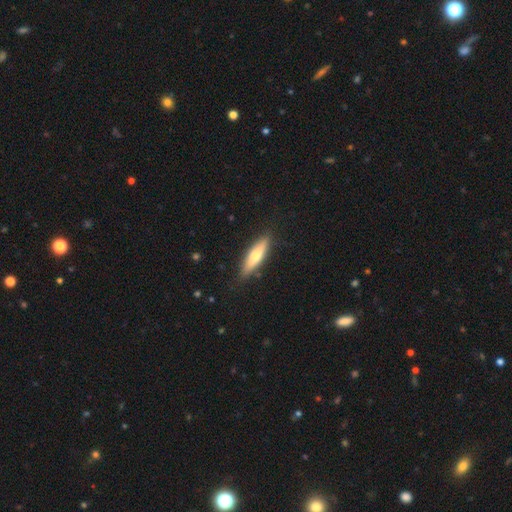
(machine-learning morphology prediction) A smooth galaxy with no disk features (59%) that is cigar-shaped (70%).

Vote fractions:
- Smooth or featured? smooth: 59% / featured or disk: 35% / star or artifact: 6%
- How rounded? cigar-shaped: 70% / in between: 28% / round: 2%
- Merging? none: 86% / minor disturbance: 10% / major disturbance: 2% / merger: 1%